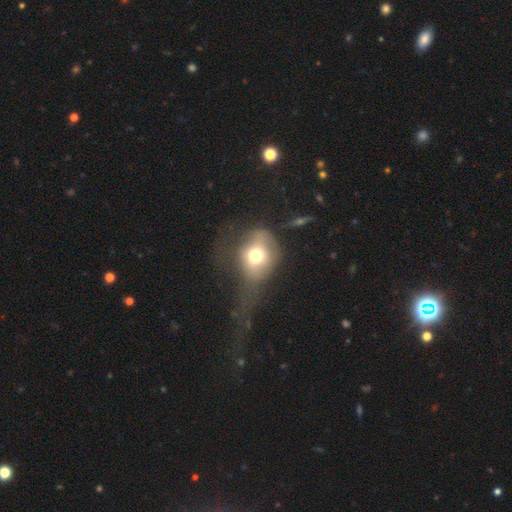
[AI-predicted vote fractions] This is likely a smooth galaxy (62%). How rounded: possibly round (51%). Merging: marginally major disturbance (44%).